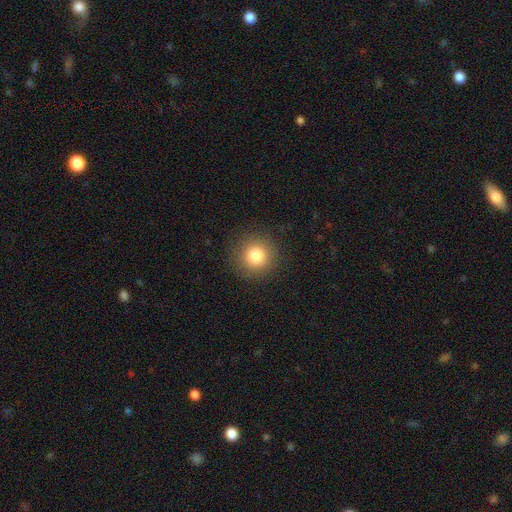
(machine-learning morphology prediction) This is clearly a smooth galaxy (81%). How rounded: clearly round (95%). Merging: clearly none (90%).